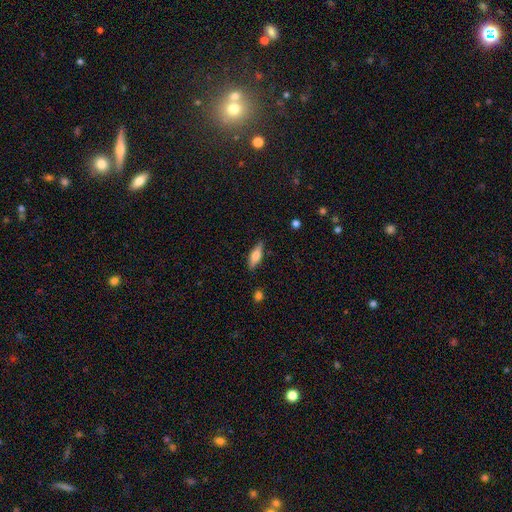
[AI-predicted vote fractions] This appears to be a smooth galaxy with no disk features (61%) that is in between round and cigar-shaped (57%). Merging: none (81%).